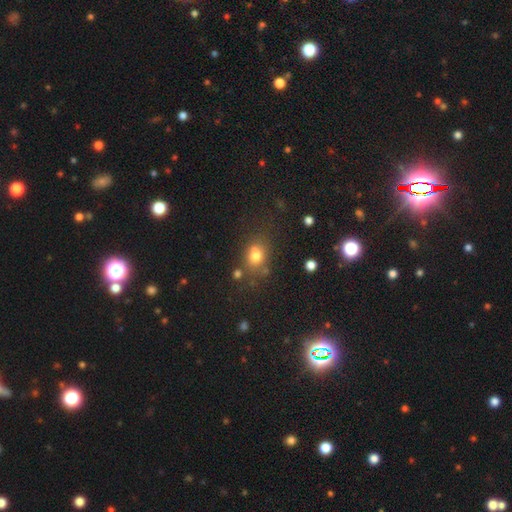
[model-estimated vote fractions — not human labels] Overall: smooth (73%). How rounded: round (54%; in between 44%). Merging: none (60%).